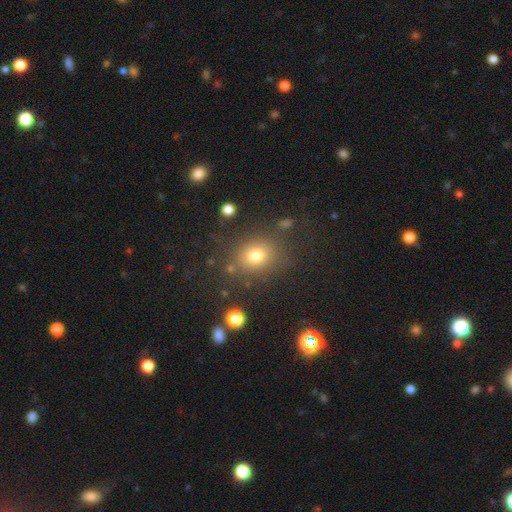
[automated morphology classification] A smooth galaxy with no disk features (75%) that is round (65%).

Vote fractions:
- Smooth or featured? smooth: 75% / star or artifact: 16% / featured or disk: 9%
- How rounded? round: 65% / in between: 34% / cigar-shaped: 1%
- Merging? none: 78% / minor disturbance: 12% / major disturbance: 6% / merger: 4%